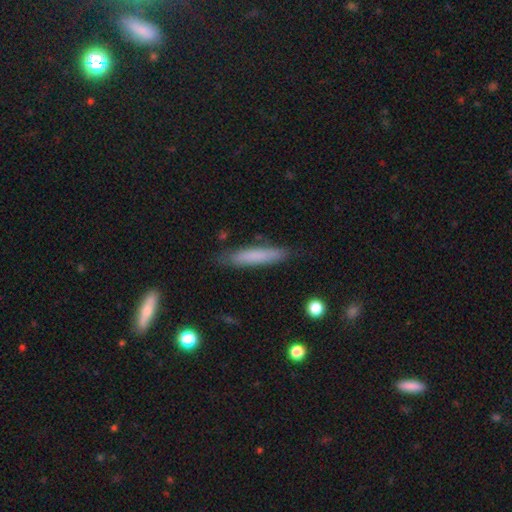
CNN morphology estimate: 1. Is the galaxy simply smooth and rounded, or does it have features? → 74% smooth, 20% featured or disk, 7% star or artifact.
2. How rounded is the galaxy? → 90% cigar-shaped, 9% in between, 1% round.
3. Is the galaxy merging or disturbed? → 83% none, 13% minor disturbance, 2% major disturbance, 2% merger.